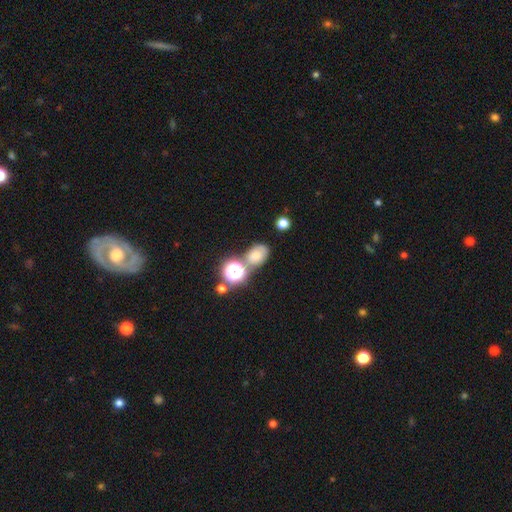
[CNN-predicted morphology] Smooth or featured: smooth — 66% (star or artifact — 20%)
How rounded: in between — 69% (round — 30%)
Merging: none — 52% (merger — 24%)